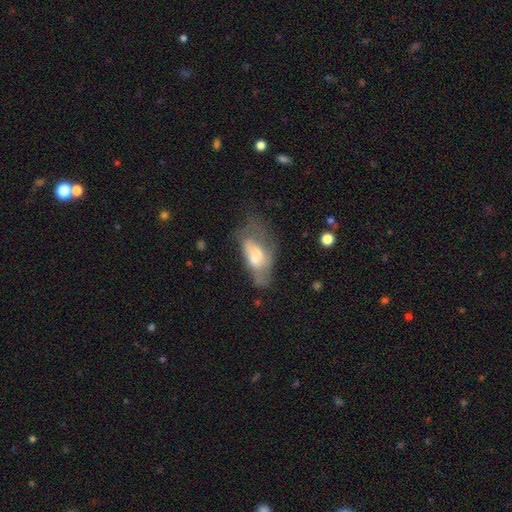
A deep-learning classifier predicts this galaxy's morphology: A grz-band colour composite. It shows a smooth galaxy with no disk features (49%). Merging: merger (42%).